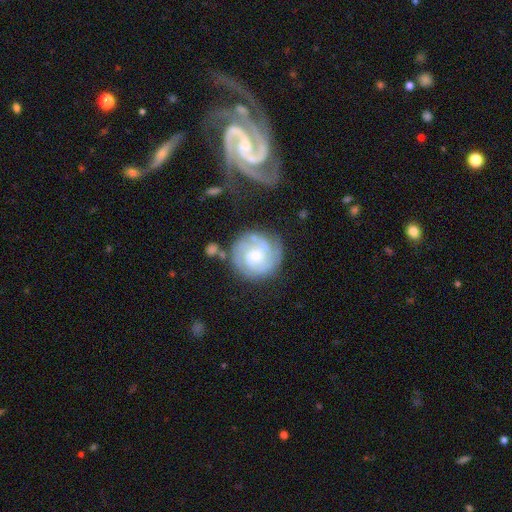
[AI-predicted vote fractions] The model was most divided on "bulge size": small: 41%, moderate: 40%, large: 11%, none: 6%, dominant: 2%. Remaining: edge-on disk — no (98%); spiral arms — yes (94%); smooth or featured — featured or disk (78%); merging — none (71%); spiral winding — tight (63%); bar — no (62%); spiral arm count — 2 (44%).